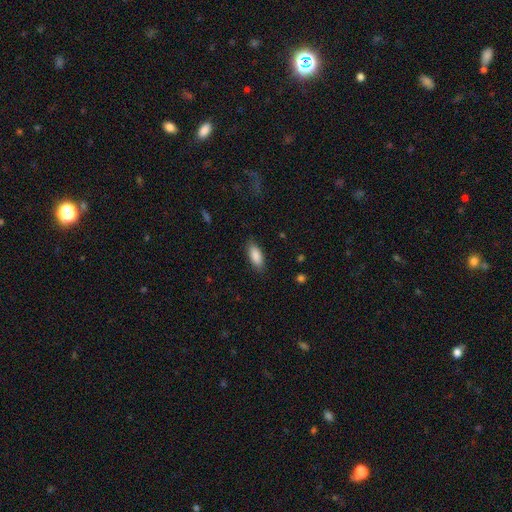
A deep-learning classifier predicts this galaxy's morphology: Overall: smooth (88%). How rounded: in between (81%). Merging: none (86%).